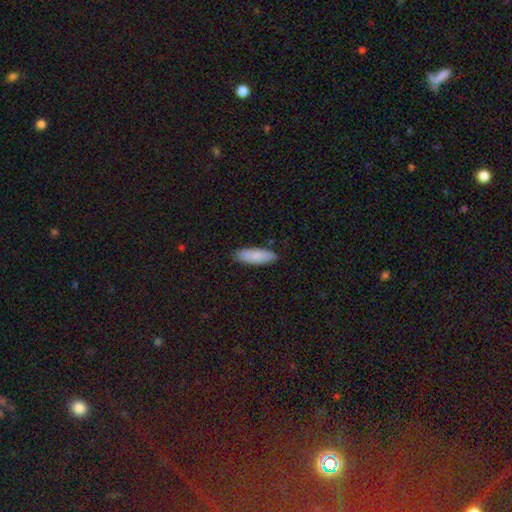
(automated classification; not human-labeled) A smooth galaxy with no disk features (86%) that is in between round and cigar-shaped (62%).

Vote fractions:
- Smooth or featured? smooth: 86% / featured or disk: 9% / star or artifact: 6%
- How rounded? in between: 62% / cigar-shaped: 37% / round: 2%
- Merging? none: 86% / minor disturbance: 11% / major disturbance: 2% / merger: 1%